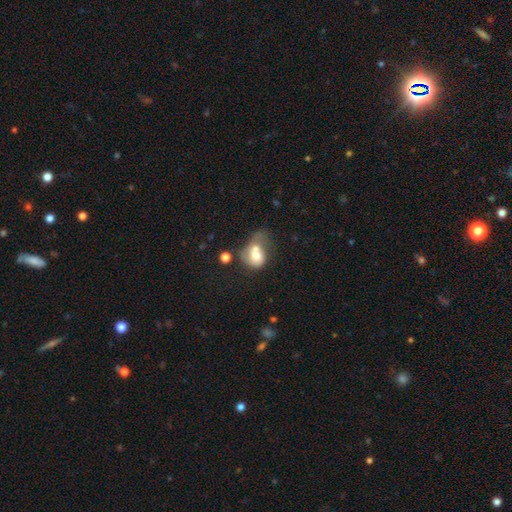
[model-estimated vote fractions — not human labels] Smooth or featured?
  - smooth: 64% *
  - featured or disk: 28%
  - star or artifact: 8%
How rounded?
  - in between: 55% *
  - round: 44%
  - cigar-shaped: 1%
Merging?
  - merger: 60% *
  - major disturbance: 19%
  - none: 11%
  - minor disturbance: 10%